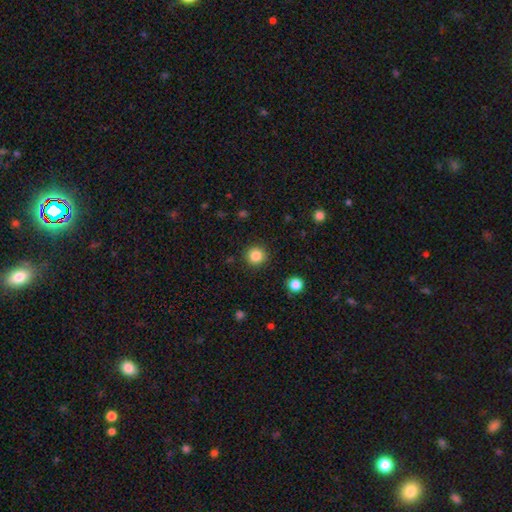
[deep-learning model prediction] Q: Smooth or featured?
A: smooth (85%); runner-up: star or artifact (11%)
Q: How rounded?
A: round (94%); runner-up: in between (5%)
Q: Merging?
A: none (91%); runner-up: minor disturbance (5%)